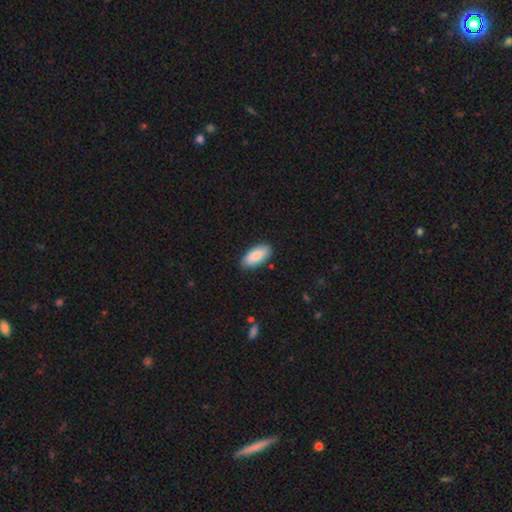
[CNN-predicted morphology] This is clearly a smooth galaxy (88%). How rounded: clearly in between (89%). Merging: clearly none (87%).